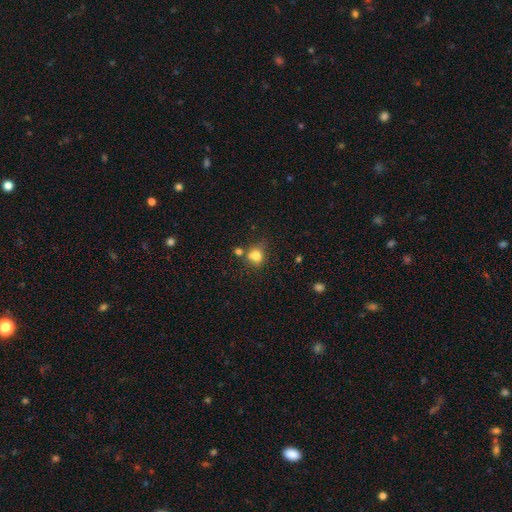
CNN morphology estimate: type=smooth (77%); roundness=round (71%); merging=none (53%).